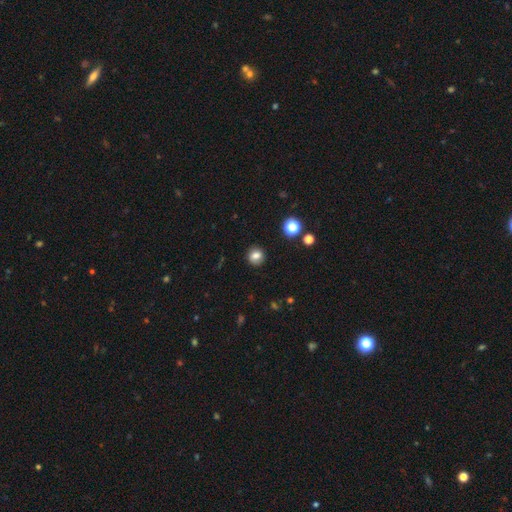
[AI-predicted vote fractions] Overall: smooth (81%). How rounded: round (84%). Merging: none (89%).